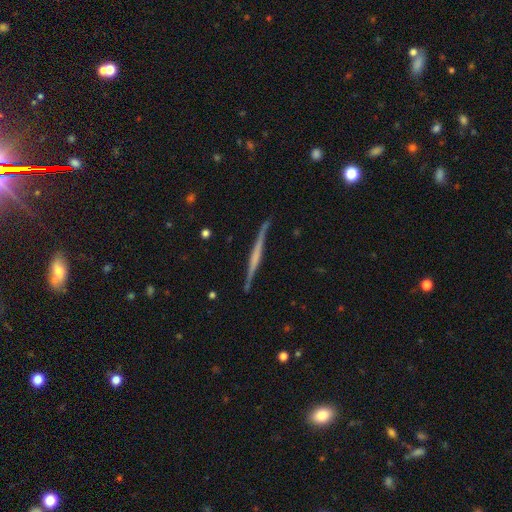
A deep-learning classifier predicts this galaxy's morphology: A featured or disk galaxy (71%) viewed edge-on (98%) with no central bulge (57%). Merging: none (87%).